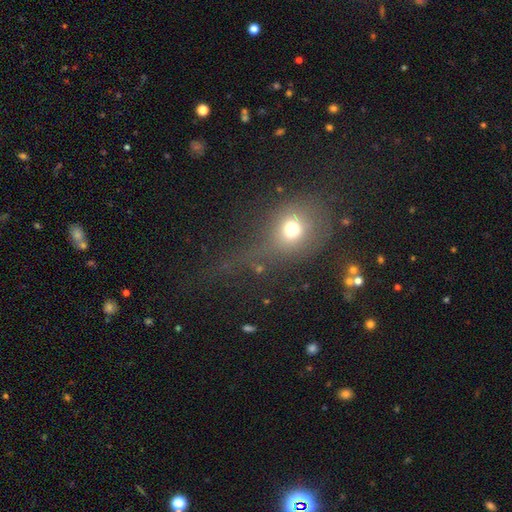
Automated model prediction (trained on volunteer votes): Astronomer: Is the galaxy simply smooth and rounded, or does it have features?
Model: smooth — 55%.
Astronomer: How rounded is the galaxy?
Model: round — 71%.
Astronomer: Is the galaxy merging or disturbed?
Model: none — 46% (runner-up: major disturbance, 25%).